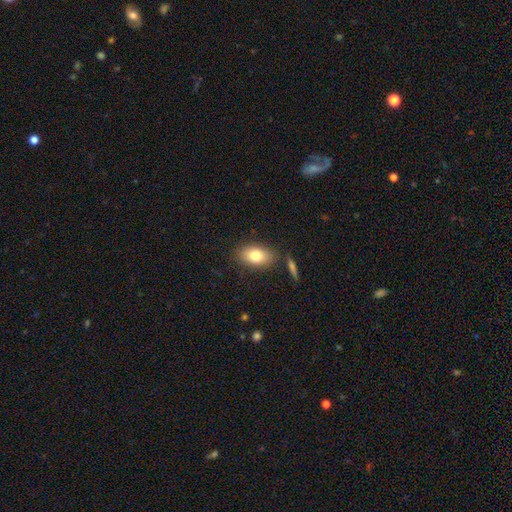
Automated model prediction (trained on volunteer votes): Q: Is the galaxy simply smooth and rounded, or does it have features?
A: smooth — 79%.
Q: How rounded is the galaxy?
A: in between — 88%.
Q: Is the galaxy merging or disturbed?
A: none — 81%.